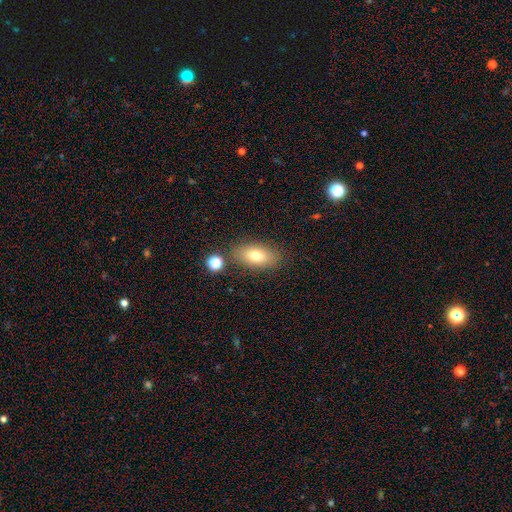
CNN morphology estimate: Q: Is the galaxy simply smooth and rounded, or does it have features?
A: smooth — 74%.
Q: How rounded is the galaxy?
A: in between — 87%.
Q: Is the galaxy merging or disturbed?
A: none — 81%.